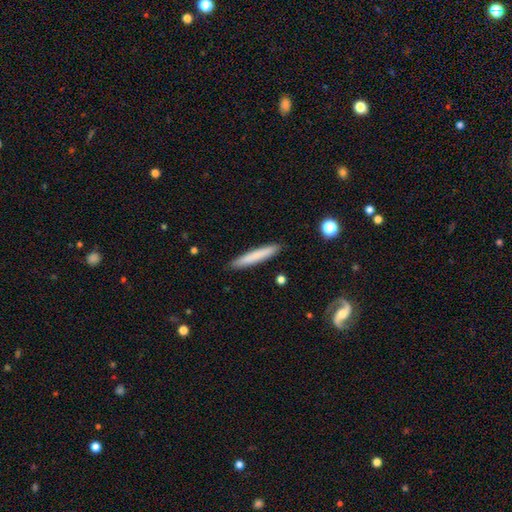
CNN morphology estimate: Smooth or featured: smooth — 76% (featured or disk — 18%)
How rounded: cigar-shaped — 94% (in between — 4%)
Merging: none — 91% (minor disturbance — 7%)